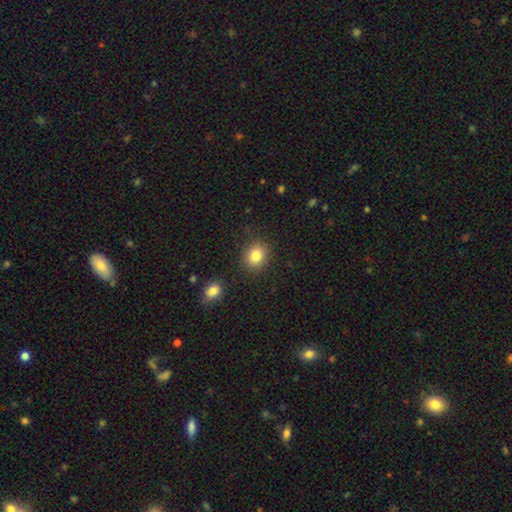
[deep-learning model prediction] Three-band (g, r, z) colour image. It shows a smooth galaxy with no disk features (83%) that is round (68%). Merging: none (85%).